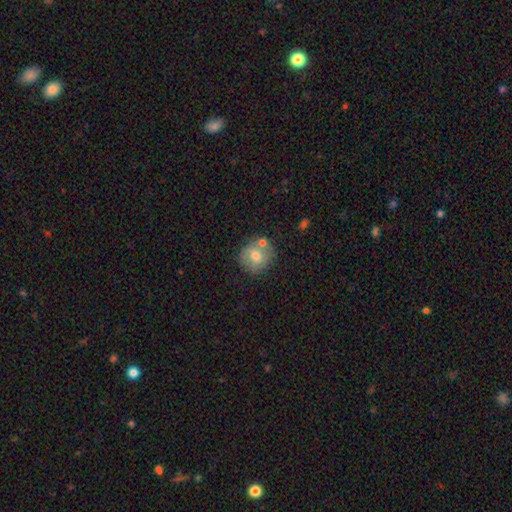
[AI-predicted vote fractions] smooth-or-featured: smooth: 58% | featured or disk: 34% | star or artifact: 8%
  how-rounded: round: 87% | in between: 12% | cigar-shaped: 1%
  merging: none: 63% | merger: 17% | minor disturbance: 15% | major disturbance: 5%